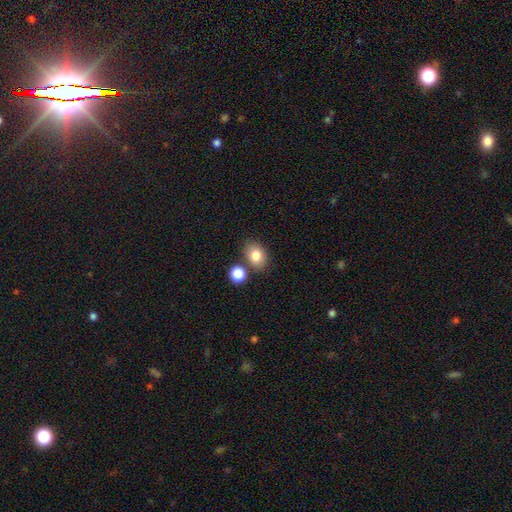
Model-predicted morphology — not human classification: A smooth galaxy with no disk features (83%) that is in between round and cigar-shaped (63%). Merging: none (71%).